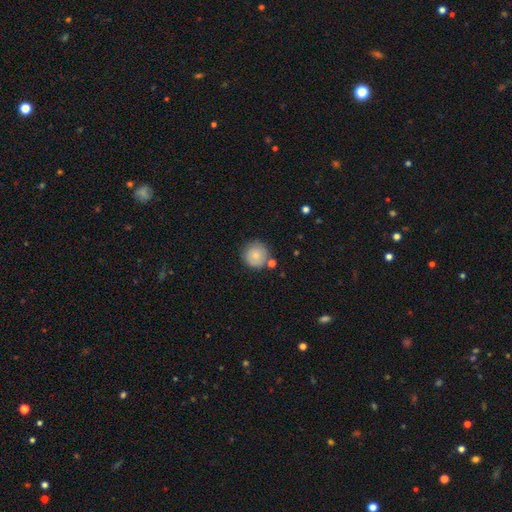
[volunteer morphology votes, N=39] This is likely a smooth galaxy (77%). How rounded: clearly round (100%). Merging: likely none (67%).